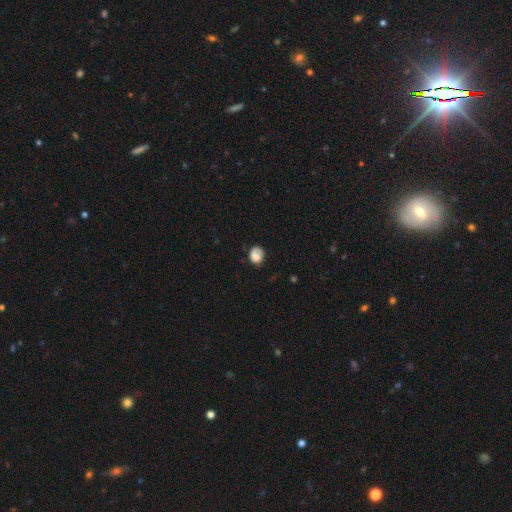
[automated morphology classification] This is likely a smooth galaxy (72%). How rounded: possibly round (55%). Merging: possibly none (51%).